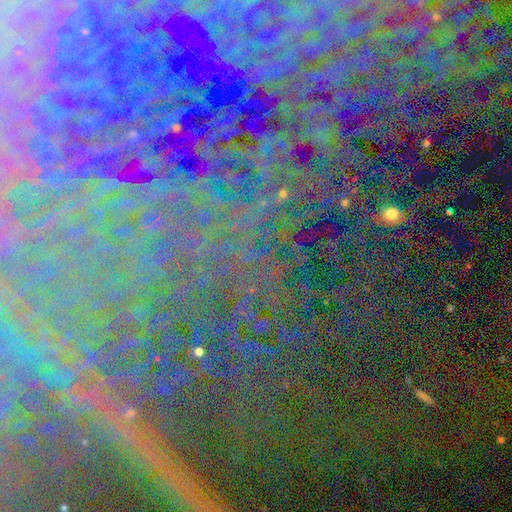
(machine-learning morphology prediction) Smooth or featured?
  - star or artifact: 84% *
  - featured or disk: 8%
  - smooth: 7%